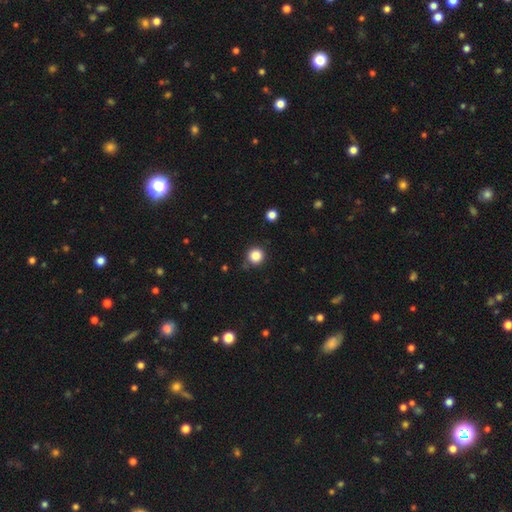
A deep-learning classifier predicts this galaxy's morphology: Smooth or featured?
  - smooth: 85% *
  - star or artifact: 11%
  - featured or disk: 3%
How rounded?
  - round: 94% *
  - in between: 5%
  - cigar-shaped: 1%
Merging?
  - none: 86% *
  - minor disturbance: 9%
  - major disturbance: 2%
  - merger: 2%